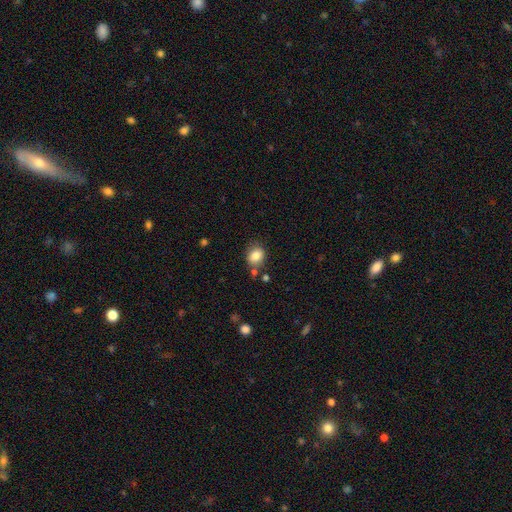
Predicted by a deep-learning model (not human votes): A smooth galaxy with no disk features (84%) that is round (51%). Merging: none (73%).